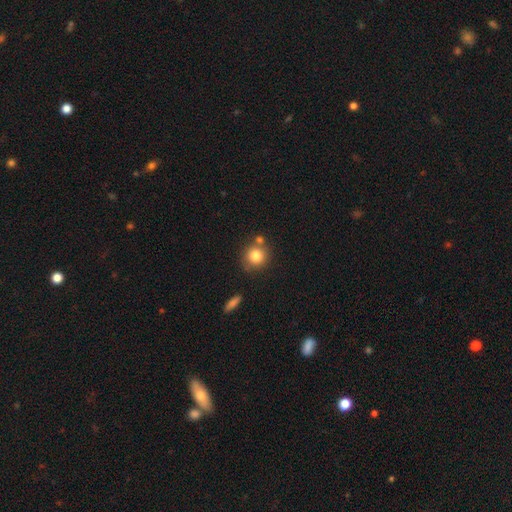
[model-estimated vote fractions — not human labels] A smooth galaxy with no disk features (81%) that is round (88%).

Vote fractions:
- Smooth or featured? smooth: 81% / star or artifact: 10% / featured or disk: 9%
- How rounded? round: 88% / in between: 11% / cigar-shaped: 1%
- Merging? none: 67% / merger: 18% / minor disturbance: 11% / major disturbance: 3%